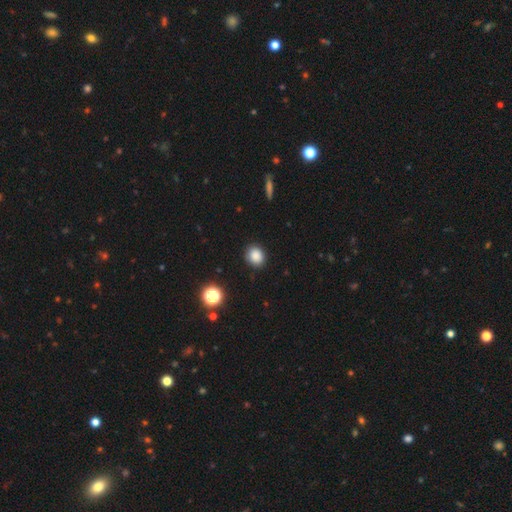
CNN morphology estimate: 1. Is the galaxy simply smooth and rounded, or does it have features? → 85% smooth, 11% star or artifact, 4% featured or disk.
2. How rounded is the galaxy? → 67% round, 32% in between, 1% cigar-shaped.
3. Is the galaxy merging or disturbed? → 88% none, 9% minor disturbance, 2% major disturbance, 1% merger.